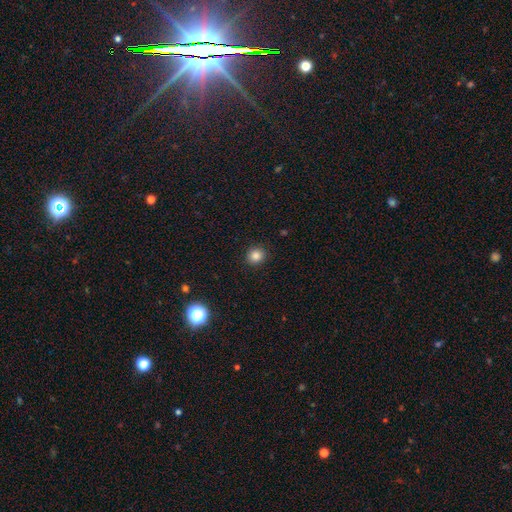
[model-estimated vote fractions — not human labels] Q: Smooth or featured?
A: smooth (84%); runner-up: star or artifact (11%)
Q: How rounded?
A: round (84%); runner-up: in between (15%)
Q: Merging?
A: none (91%); runner-up: minor disturbance (6%)